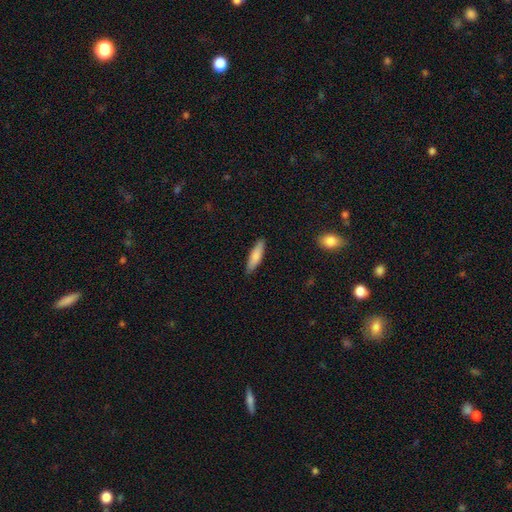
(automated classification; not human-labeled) Smooth or featured? Predicted: smooth (p=0.80). How rounded? Predicted: cigar-shaped (p=0.70). Merging? Predicted: none (p=0.88).